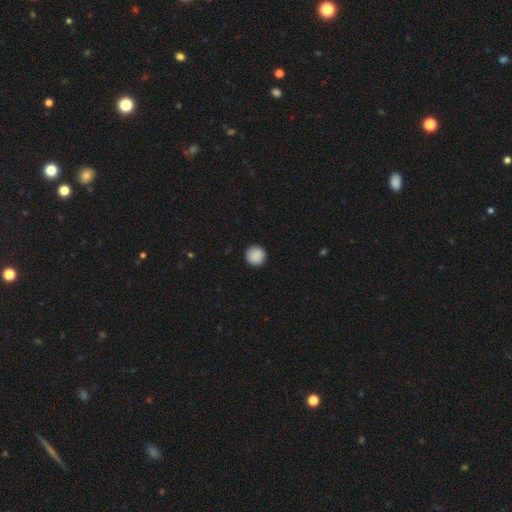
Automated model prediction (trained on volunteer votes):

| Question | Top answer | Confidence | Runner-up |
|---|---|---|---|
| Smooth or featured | smooth | 89% | star or artifact (8%) |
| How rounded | round | 96% | in between (3%) |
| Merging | none | 92% | minor disturbance (5%) |